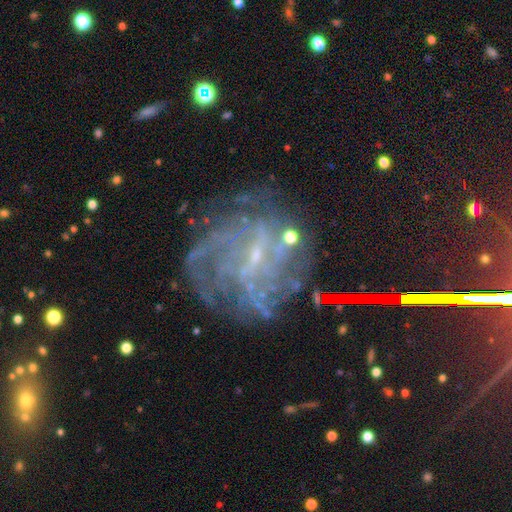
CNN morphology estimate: type=featured or disk (75%); edge-on=no (96%); bar=weak (50%); spiral arms=yes (81%); winding=tight (42%); arm count=can't tell (46%); bulge=small (72%); merging=none (60%).